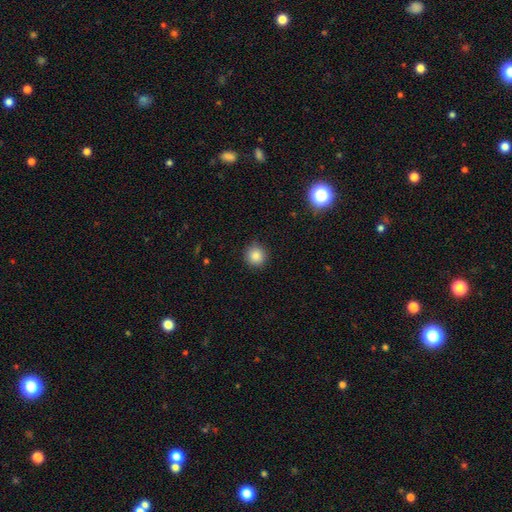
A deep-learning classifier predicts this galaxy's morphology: Overall: smooth (85%). How rounded: round (93%). Merging: none (90%).